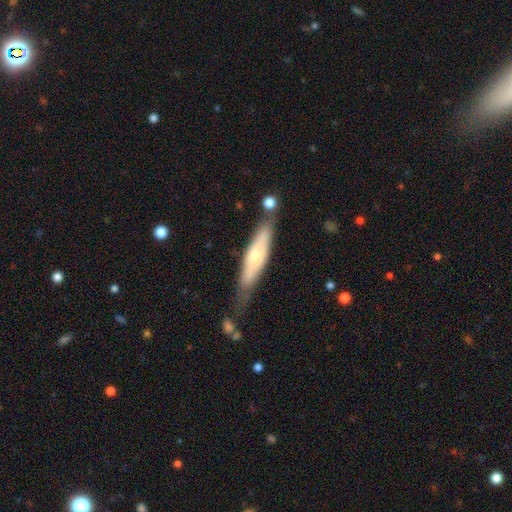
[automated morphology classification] Smooth or featured? Predicted: smooth (p=0.54). How rounded? Predicted: cigar-shaped (p=0.79). Merging? Predicted: none (p=0.62).